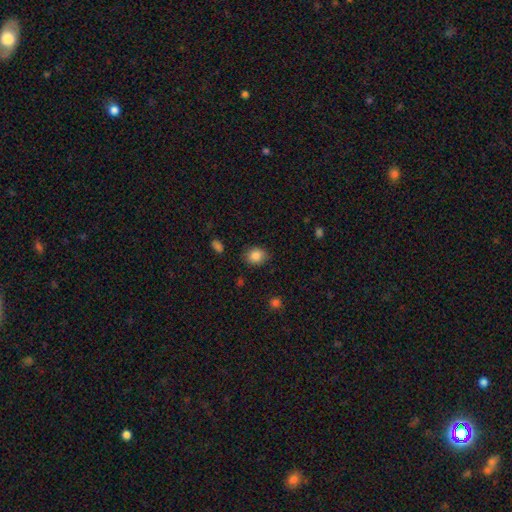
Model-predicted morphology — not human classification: A smooth galaxy with no disk features (85%) that is round (64%).

Vote fractions:
- Smooth or featured? smooth: 85% / star or artifact: 10% / featured or disk: 5%
- How rounded? round: 64% / in between: 36% / cigar-shaped: 1%
- Merging? none: 82% / minor disturbance: 13% / major disturbance: 3% / merger: 2%